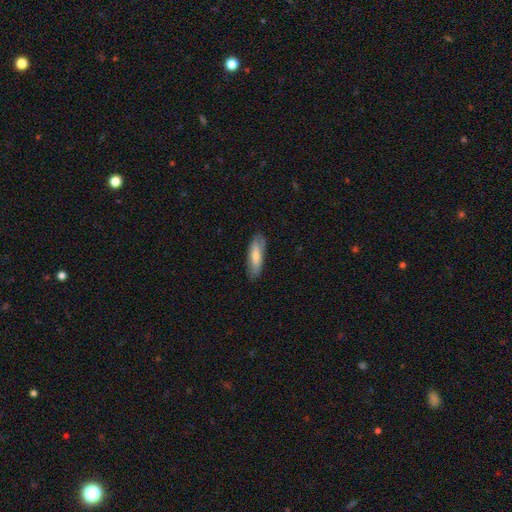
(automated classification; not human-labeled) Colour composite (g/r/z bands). It shows a smooth galaxy with no disk features (63%) that is cigar-shaped (56%). Merging: none (84%).